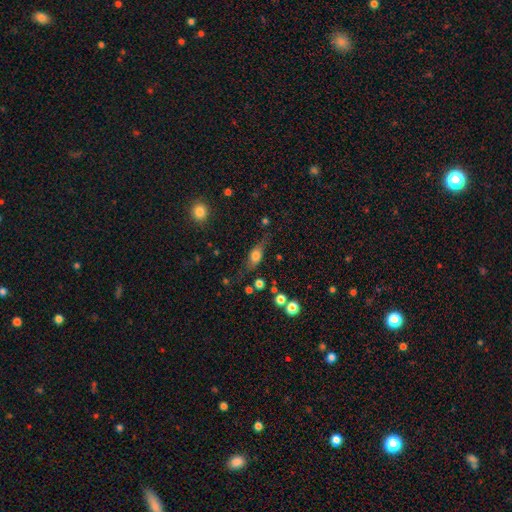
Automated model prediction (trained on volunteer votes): smooth-or-featured: smooth: 60% | featured or disk: 30% | star or artifact: 10%
  how-rounded: in between: 66% | cigar-shaped: 21% | round: 13%
  merging: none: 66% | minor disturbance: 22% | major disturbance: 9% | merger: 3%